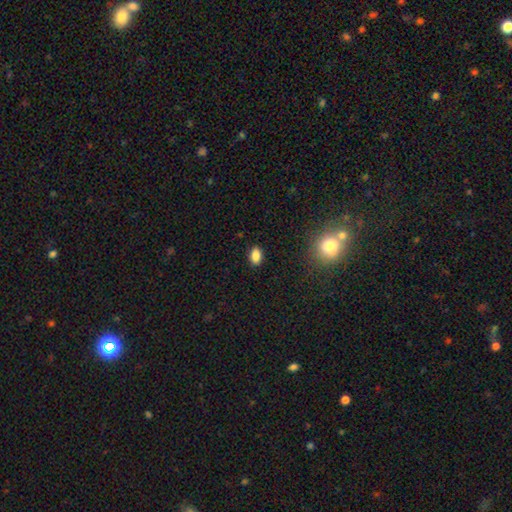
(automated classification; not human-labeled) A smooth galaxy with no disk features (86%) that is in between round and cigar-shaped (86%). Merging: none (88%).